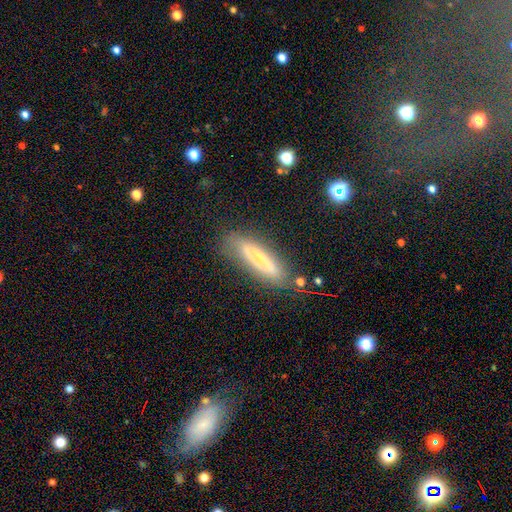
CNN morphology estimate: smooth-or-featured: smooth: 54% | featured or disk: 38% | star or artifact: 8%
  how-rounded: cigar-shaped: 81% | in between: 18% | round: 2%
  merging: none: 79% | minor disturbance: 14% | major disturbance: 4% | merger: 3%